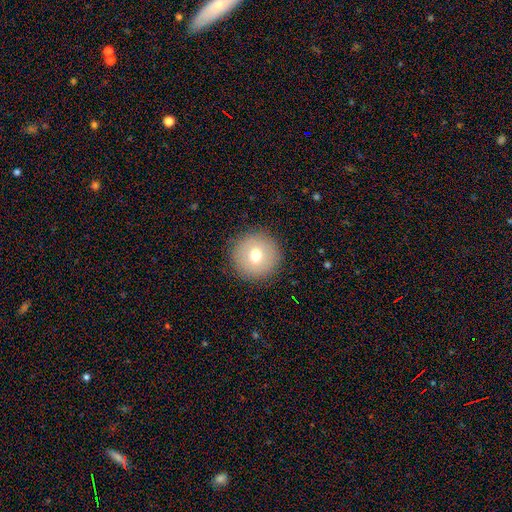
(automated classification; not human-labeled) Q: Smooth or featured?
A: smooth (70%); runner-up: featured or disk (19%)
Q: How rounded?
A: round (96%); runner-up: in between (3%)
Q: Merging?
A: none (91%); runner-up: minor disturbance (6%)